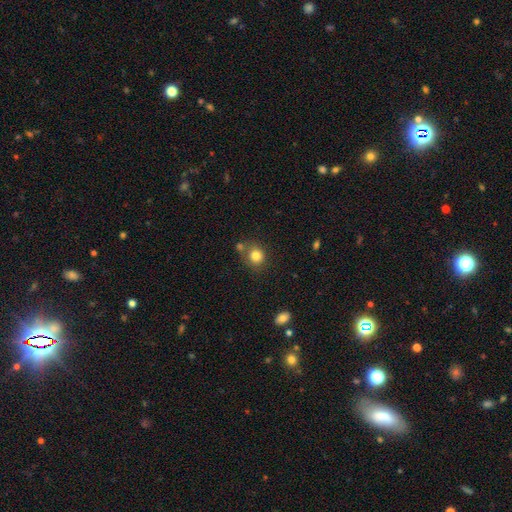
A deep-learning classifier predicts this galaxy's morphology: Smooth or featured?
  - smooth: 82% *
  - star or artifact: 11%
  - featured or disk: 7%
How rounded?
  - round: 81% *
  - in between: 18%
  - cigar-shaped: 1%
Merging?
  - none: 65% *
  - merger: 18%
  - minor disturbance: 13%
  - major disturbance: 4%